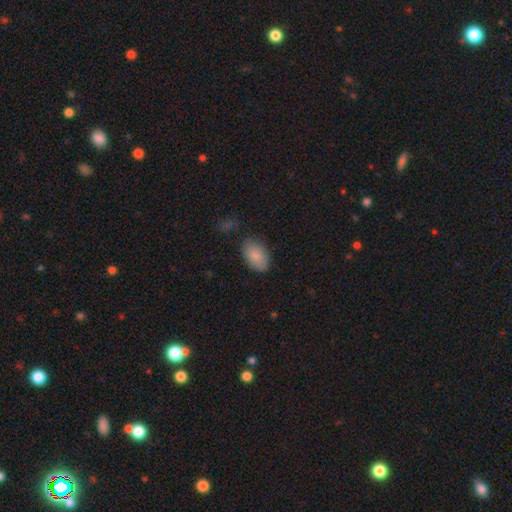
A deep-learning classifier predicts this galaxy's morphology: type=smooth (85%); roundness=in between (91%); merging=none (77%).